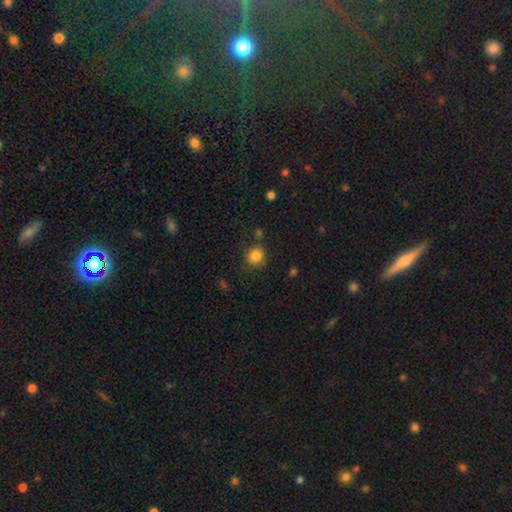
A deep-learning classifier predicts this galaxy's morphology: type=smooth (85%); roundness=round (89%); merging=none (79%).